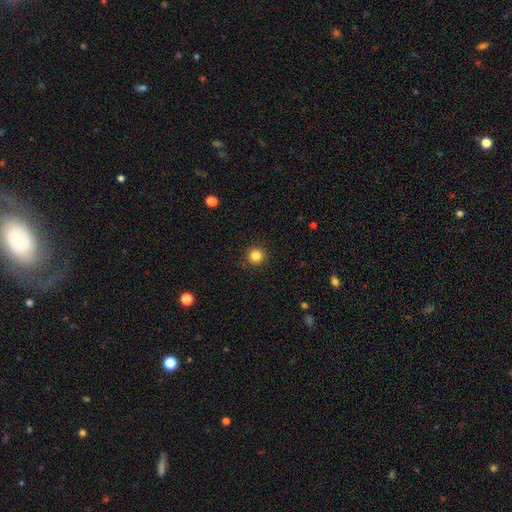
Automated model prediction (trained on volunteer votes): This is clearly a smooth galaxy (84%). How rounded: clearly round (95%). Merging: clearly none (92%).